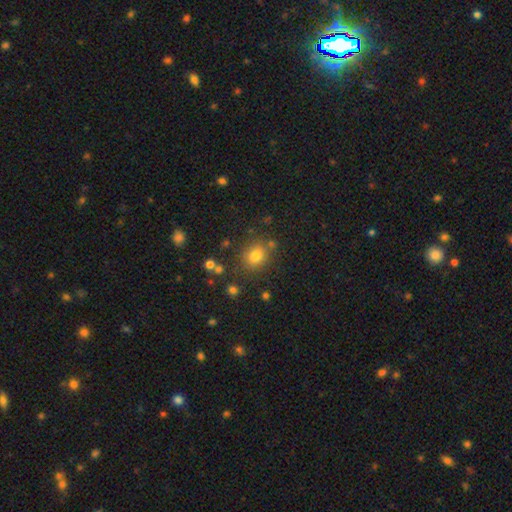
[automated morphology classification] type=smooth (77%); roundness=round (61%); merging=none (78%).